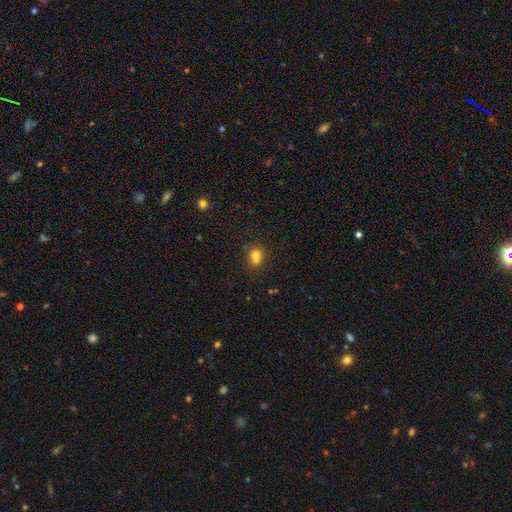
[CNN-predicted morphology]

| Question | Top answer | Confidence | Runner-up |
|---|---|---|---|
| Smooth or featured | smooth | 72% | star or artifact (14%) |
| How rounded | round | 60% | in between (39%) |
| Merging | merger | 43% | none (39%) |